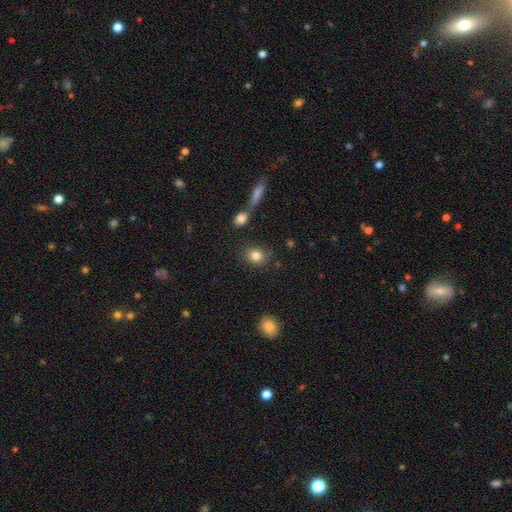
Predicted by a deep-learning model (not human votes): smooth 83%, star or artifact 10%, featured or disk 7%. Down the decision tree: how rounded — round (59%); merging — none (82%).